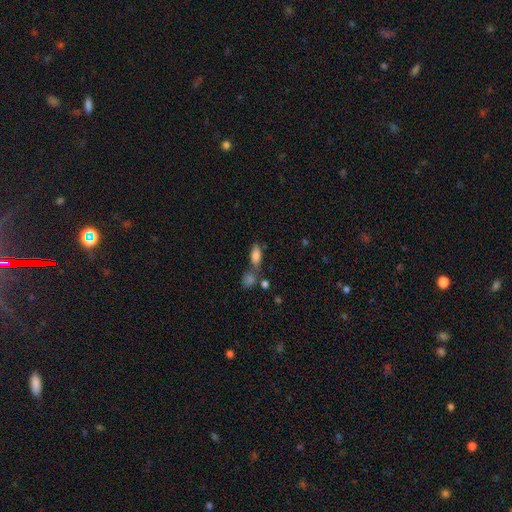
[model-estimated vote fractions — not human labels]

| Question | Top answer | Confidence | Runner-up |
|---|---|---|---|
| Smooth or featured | smooth | 81% | featured or disk (10%) |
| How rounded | in between | 80% | cigar-shaped (16%) |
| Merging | none | 51% | merger (27%) |